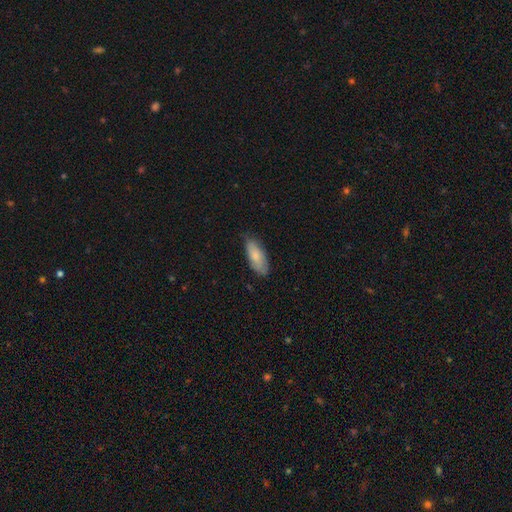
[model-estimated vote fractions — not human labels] Morphology: type=smooth (76%); roundness=in between (80%); merging=none (71%).